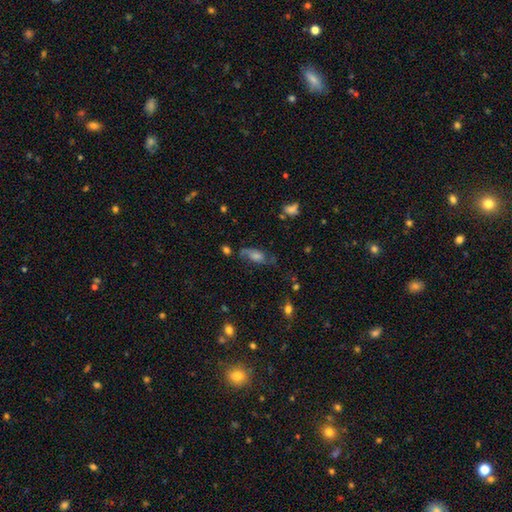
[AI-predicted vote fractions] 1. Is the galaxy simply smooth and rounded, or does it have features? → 50% featured or disk, 31% smooth, 19% star or artifact.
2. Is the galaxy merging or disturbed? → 58% none, 22% minor disturbance, 15% major disturbance, 5% merger.